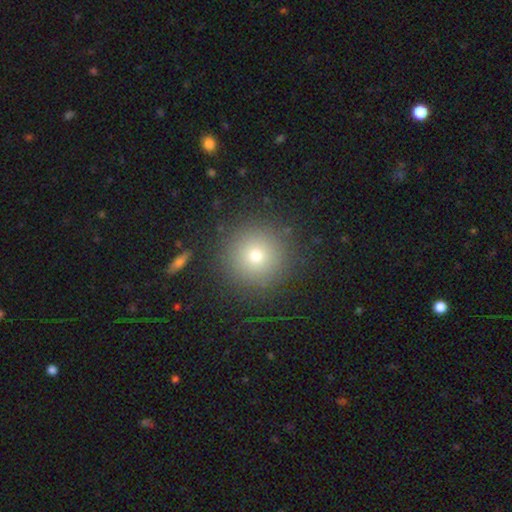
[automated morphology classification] The model was most divided on "smooth or featured": smooth: 72%, star or artifact: 17%, featured or disk: 11%. More confident: how rounded — round (96%); merging — none (90%).